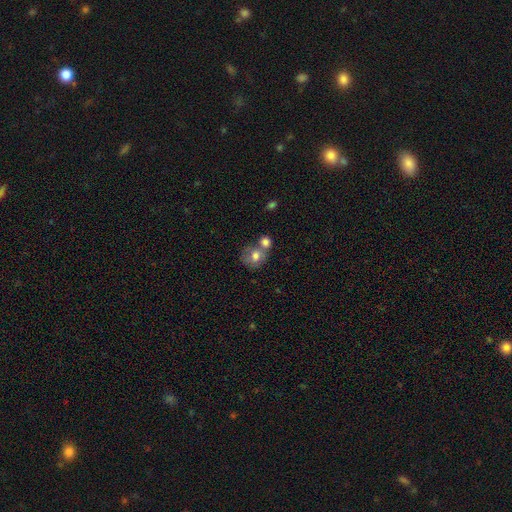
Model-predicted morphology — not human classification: Smooth or featured? smooth (73%)
How rounded? round (74%)
Merging? merger (49%)